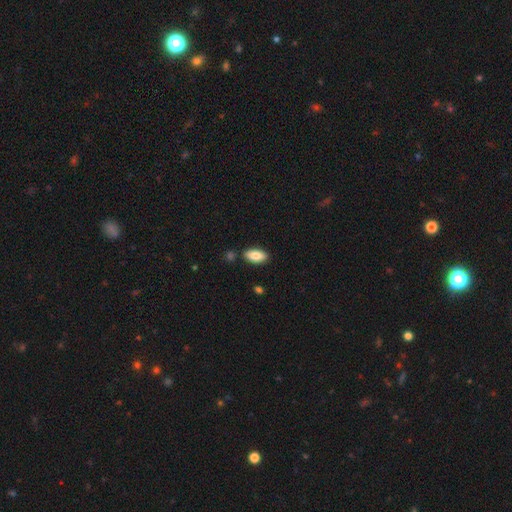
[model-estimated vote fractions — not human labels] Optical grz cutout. It shows a smooth galaxy with no disk features (84%) that is in between round and cigar-shaped (91%). Merging: none (84%).